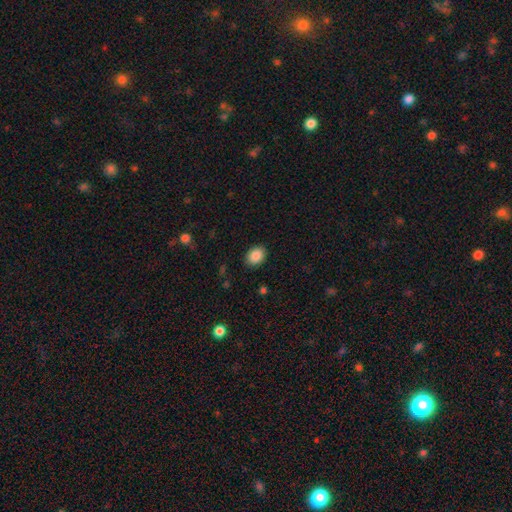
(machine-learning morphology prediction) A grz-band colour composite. It shows a smooth galaxy with no disk features (88%) that is in between round and cigar-shaped (64%). Merging: none (88%).